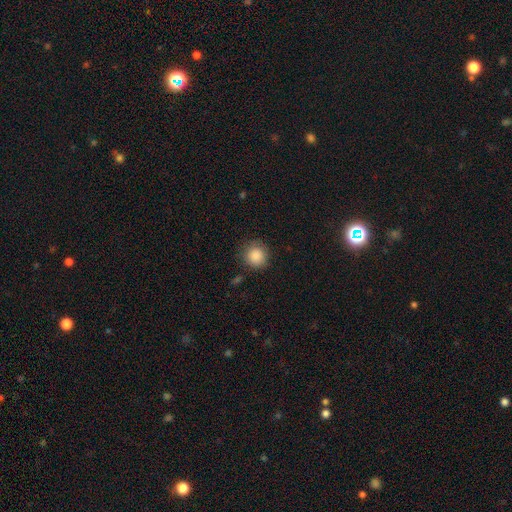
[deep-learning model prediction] A smooth galaxy with no disk features (87%) that is round (92%).

Vote fractions:
- Smooth or featured? smooth: 87% / star or artifact: 9% / featured or disk: 4%
- How rounded? round: 92% / in between: 7% / cigar-shaped: 1%
- Merging? none: 83% / minor disturbance: 12% / major disturbance: 4% / merger: 2%